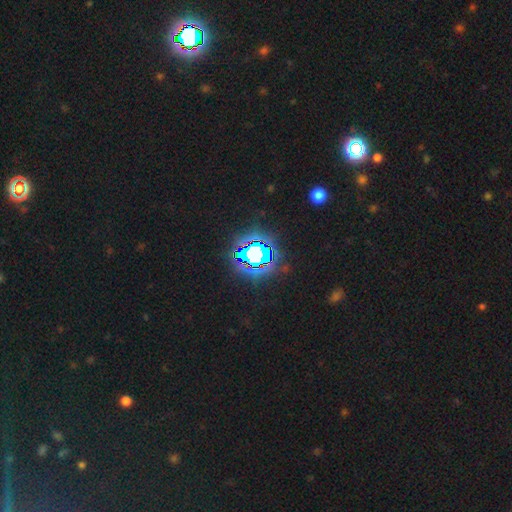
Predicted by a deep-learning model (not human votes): Morphology: type=star or artifact (71%).